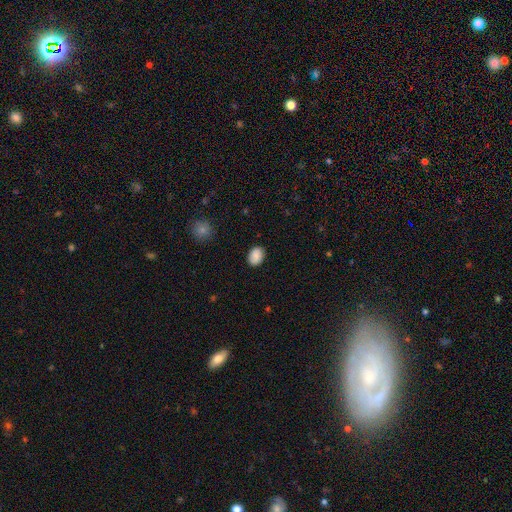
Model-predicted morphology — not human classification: Smooth or featured?
  - smooth: 88% *
  - star or artifact: 7%
  - featured or disk: 5%
How rounded?
  - in between: 73% *
  - round: 26%
  - cigar-shaped: 1%
Merging?
  - none: 86% *
  - minor disturbance: 10%
  - major disturbance: 2%
  - merger: 1%